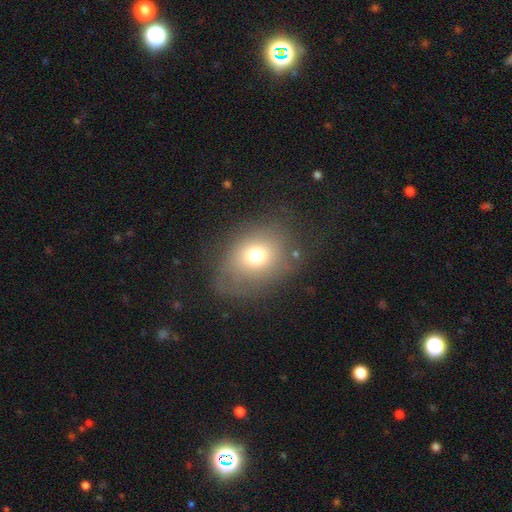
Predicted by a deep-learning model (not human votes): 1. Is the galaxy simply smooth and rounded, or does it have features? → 68% smooth, 17% featured or disk, 15% star or artifact.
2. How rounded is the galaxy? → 57% round, 42% in between, 1% cigar-shaped.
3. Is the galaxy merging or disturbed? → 64% none, 19% minor disturbance, 14% major disturbance, 2% merger.